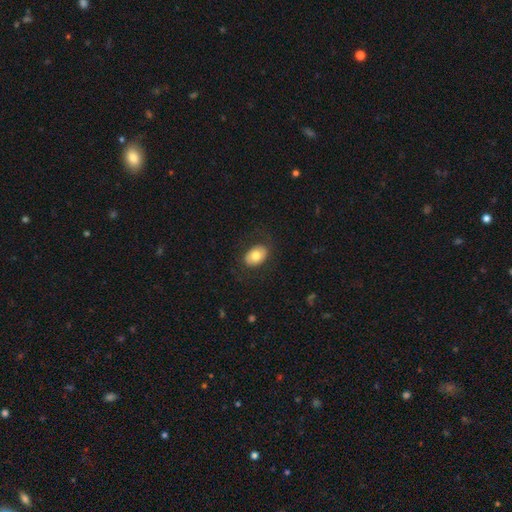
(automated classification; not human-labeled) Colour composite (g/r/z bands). It shows a smooth galaxy with no disk features (73%) that is in between round and cigar-shaped (83%). Merging: none (79%).